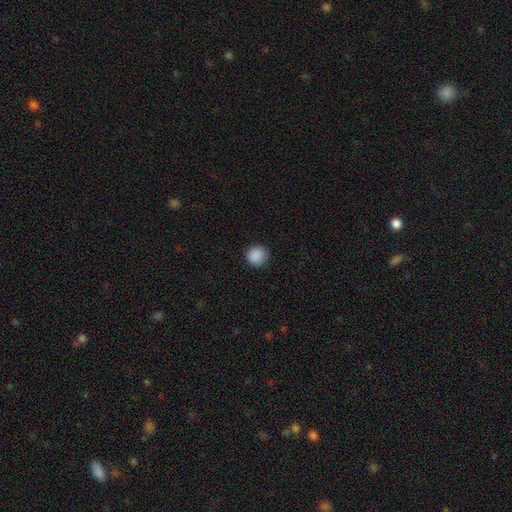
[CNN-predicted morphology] Overall: smooth (89%). How rounded: round (93%). Merging: none (89%).